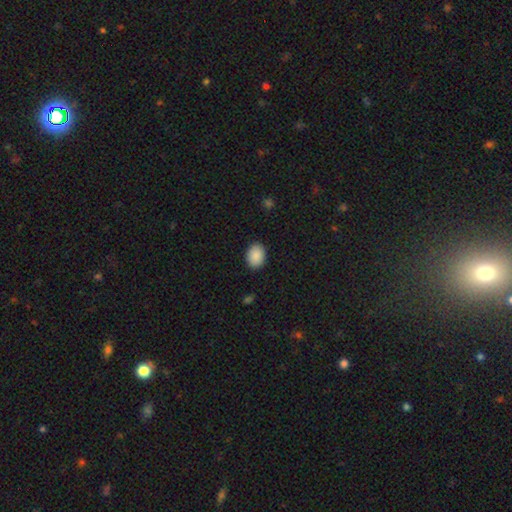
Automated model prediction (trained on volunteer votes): A smooth galaxy with no disk features (90%) that is in between round and cigar-shaped (72%). Merging: none (89%).